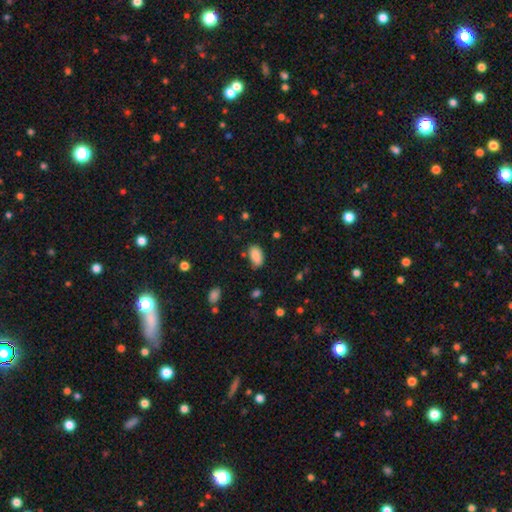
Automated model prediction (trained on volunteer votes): This is clearly a smooth galaxy (88%). How rounded: clearly in between (93%). Merging: likely none (78%).